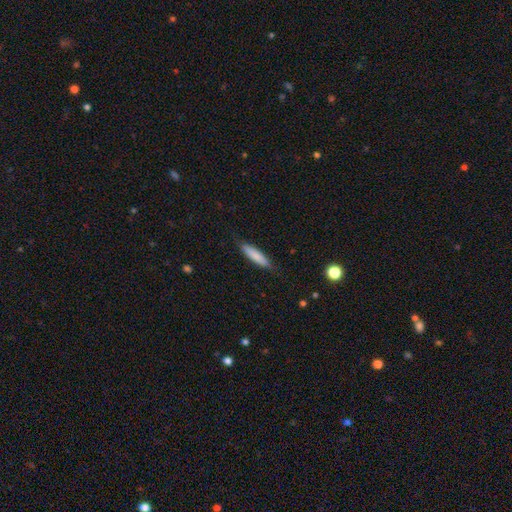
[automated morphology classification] Smooth or featured? Predicted: smooth (p=0.81). How rounded? Predicted: cigar-shaped (p=0.78). Merging? Predicted: none (p=0.83).